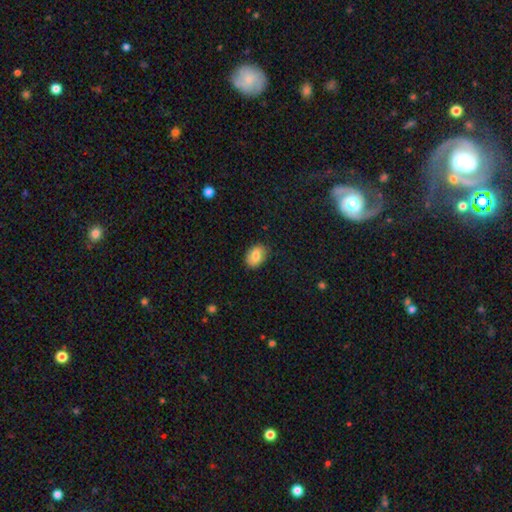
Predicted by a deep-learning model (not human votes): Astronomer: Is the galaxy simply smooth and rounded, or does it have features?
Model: smooth — 77%.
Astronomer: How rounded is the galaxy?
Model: in between — 71%.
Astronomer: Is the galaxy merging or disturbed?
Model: none — 81%.